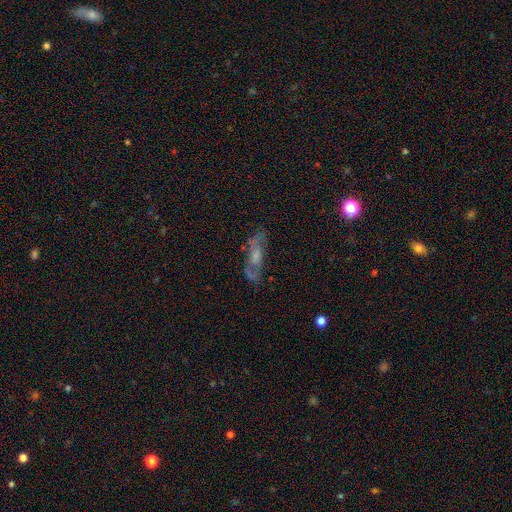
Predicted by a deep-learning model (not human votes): Smooth or featured: featured or disk — 54% (smooth — 36%)
Edge-on disk: no — 78% (yes — 22%)
Merging: none — 60% (minor disturbance — 22%)